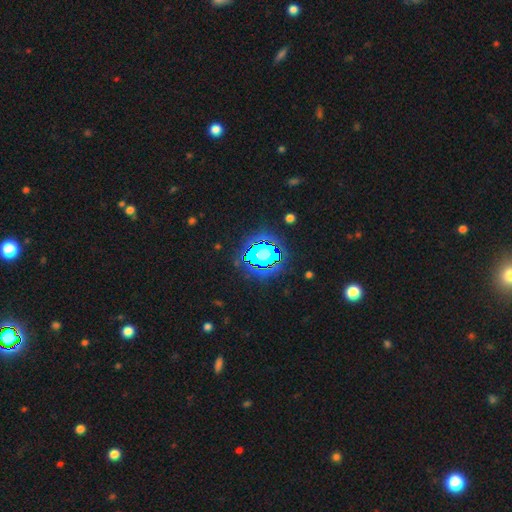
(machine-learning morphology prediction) Overall: star or artifact (81%).